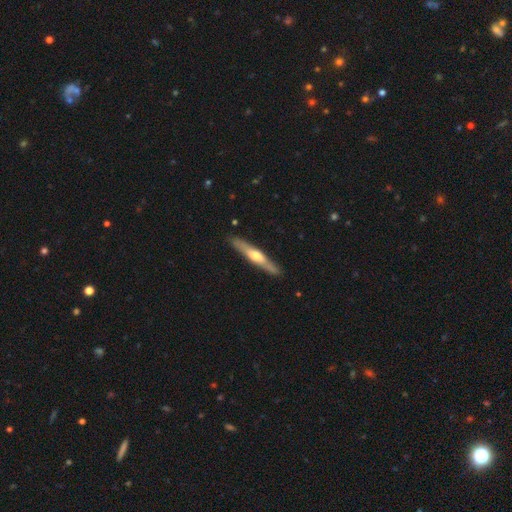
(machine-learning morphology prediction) Q: Smooth or featured?
A: featured or disk (61%); runner-up: smooth (34%)
Q: Edge-on disk?
A: yes (94%); runner-up: no (6%)
Q: Edge-on bulge?
A: rounded (83%); runner-up: none (9%)
Q: Merging?
A: none (89%); runner-up: minor disturbance (8%)